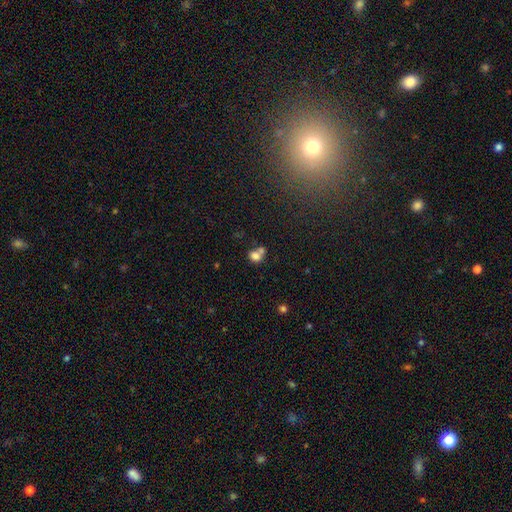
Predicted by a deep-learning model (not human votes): The model was most divided on "merging": merger: 52%, none: 33%, minor disturbance: 10%, major disturbance: 6%. More confident: smooth or featured — smooth (75%); how rounded — round (60%).